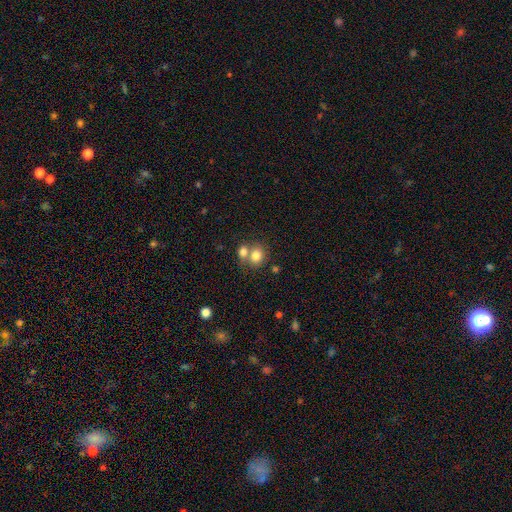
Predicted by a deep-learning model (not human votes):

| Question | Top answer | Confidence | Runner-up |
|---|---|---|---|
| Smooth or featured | smooth | 78% | featured or disk (11%) |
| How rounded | round | 71% | in between (28%) |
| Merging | merger | 48% | none (42%) |